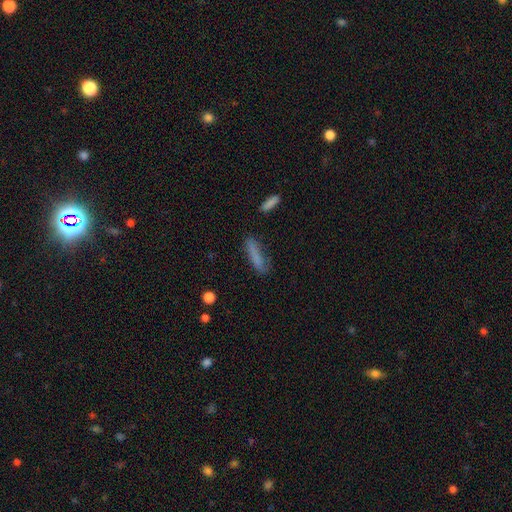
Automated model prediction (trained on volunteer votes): Overall: smooth (75%). How rounded: cigar-shaped (79%). Merging: none (66%).